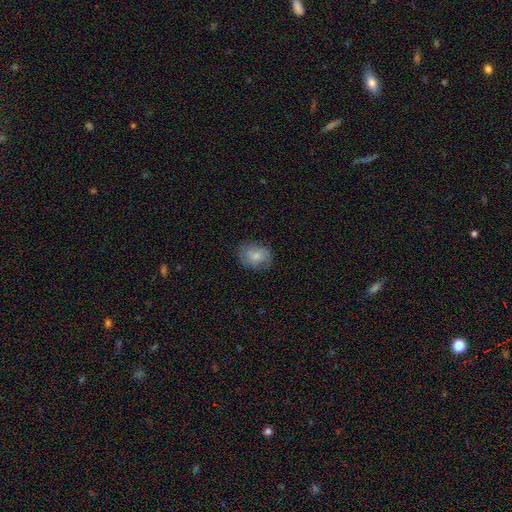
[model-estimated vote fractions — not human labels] The model was most divided on "how rounded": in between: 57%, round: 41%, cigar-shaped: 1%. More confident: smooth or featured — smooth (75%); merging — none (73%).